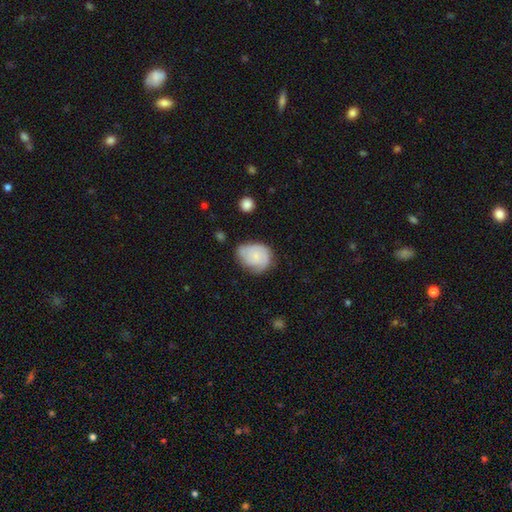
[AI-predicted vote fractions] smooth 52%, featured or disk 41%, star or artifact 7%. Down the decision tree: how rounded — in between (53%); merging — none (51%).